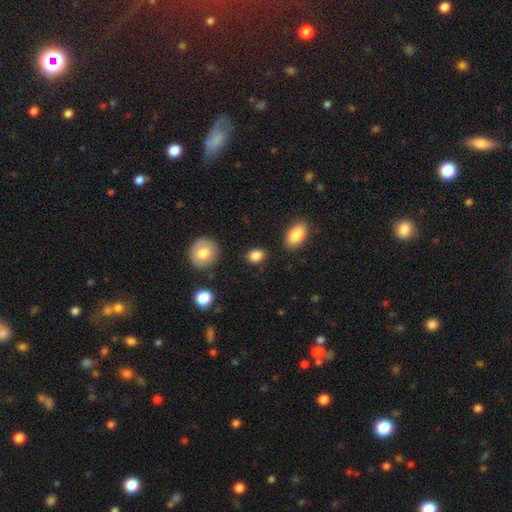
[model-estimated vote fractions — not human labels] This is clearly a smooth galaxy (86%). How rounded: likely in between (67%). Merging: clearly none (85%).